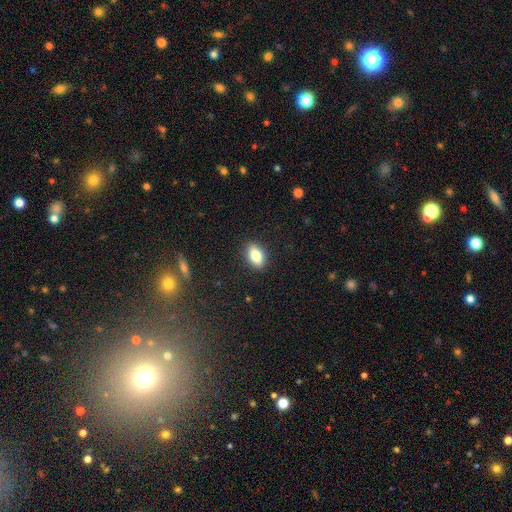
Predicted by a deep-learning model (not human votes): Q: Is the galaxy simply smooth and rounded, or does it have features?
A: smooth — 79%.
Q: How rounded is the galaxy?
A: in between — 86%.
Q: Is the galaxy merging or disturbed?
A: none — 88%.